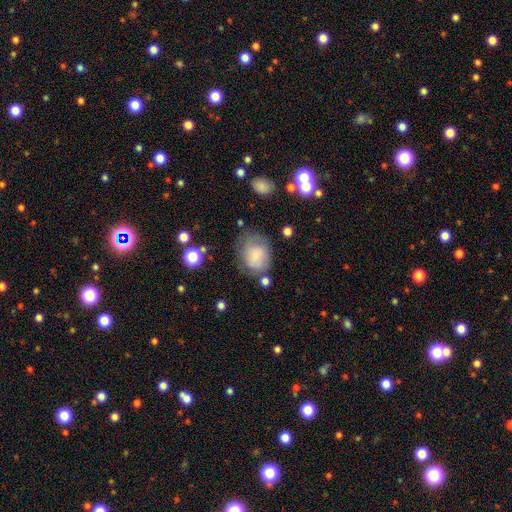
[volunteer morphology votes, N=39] smooth_or_featured: smooth (p=0.69) [alt: featured or disk p=0.26]
how_rounded: in between (p=0.59) [alt: round p=0.41]
merging: none (p=0.65) [alt: major disturbance p=0.19]